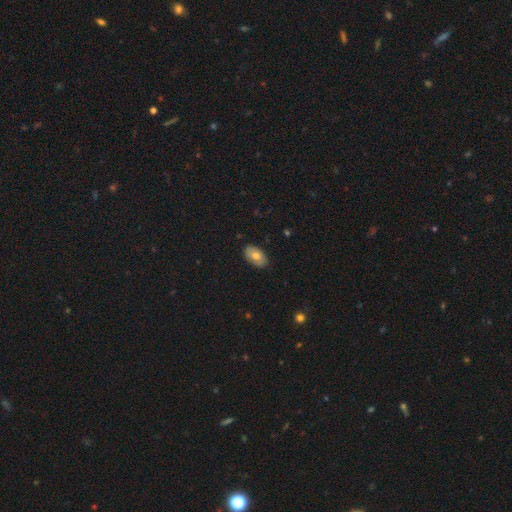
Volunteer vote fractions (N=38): Smooth or featured?
  - smooth: 63% *
  - featured or disk: 29%
  - star or artifact: 8%
How rounded?
  - in between: 96% *
  - round: 4%
  - cigar-shaped: 0%
Merging?
  - none: 86% *
  - minor disturbance: 11%
  - major disturbance: 3%
  - merger: 0%